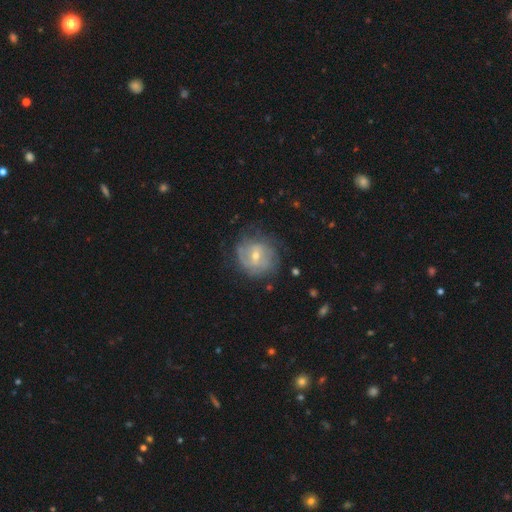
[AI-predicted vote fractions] featured or disk 67%, smooth 24%, star or artifact 9%. Down the decision tree: edge-on disk — no (96%); bar — weak (47%); spiral arms — yes (79%); spiral arm count — can't tell (48%); spiral winding — tight (53%); bulge size — small (48%, tied with moderate); merging — none (70%).